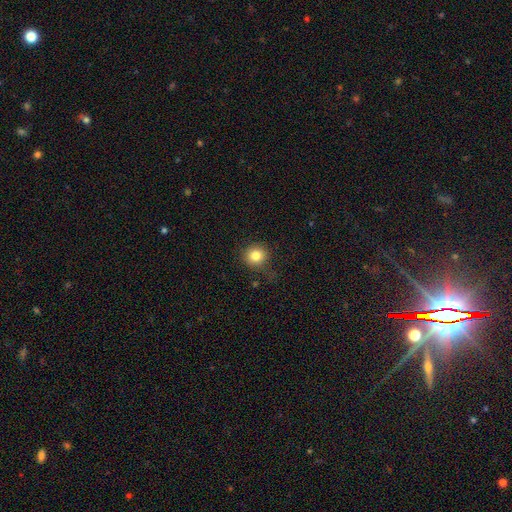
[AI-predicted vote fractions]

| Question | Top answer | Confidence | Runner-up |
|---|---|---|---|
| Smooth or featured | smooth | 82% | star or artifact (11%) |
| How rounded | round | 89% | in between (10%) |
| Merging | none | 80% | minor disturbance (14%) |